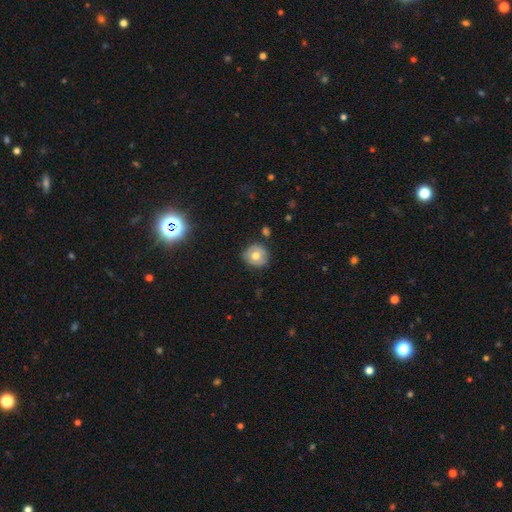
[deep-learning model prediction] Smooth or featured?
  - smooth: 63% *
  - featured or disk: 27%
  - star or artifact: 10%
How rounded?
  - round: 86% *
  - in between: 13%
  - cigar-shaped: 1%
Merging?
  - none: 80% *
  - minor disturbance: 15%
  - major disturbance: 3%
  - merger: 2%